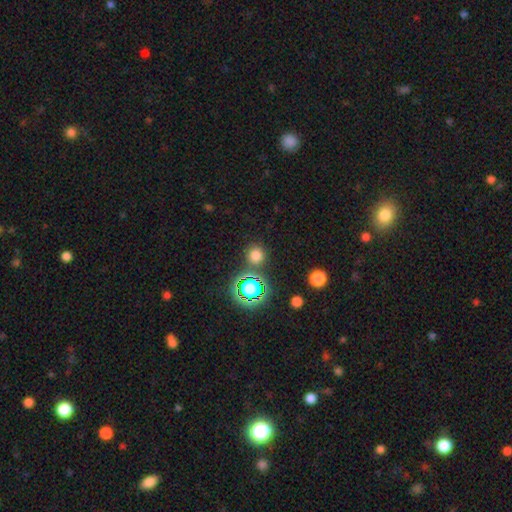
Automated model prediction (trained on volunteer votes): Smooth or featured? smooth (70%)
How rounded? round (91%)
Merging? none (82%)